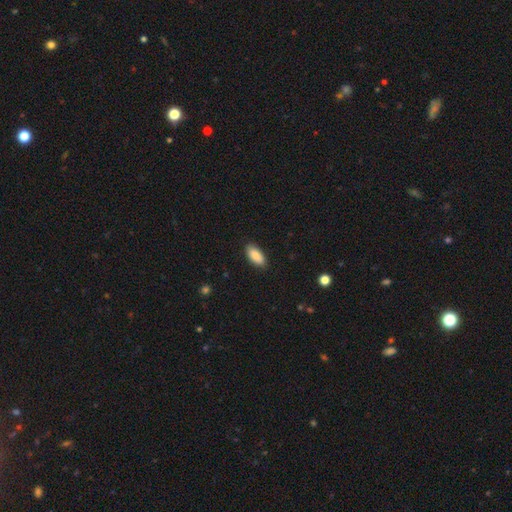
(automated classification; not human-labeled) Smooth or featured: smooth — 88% (star or artifact — 6%)
How rounded: in between — 89% (cigar-shaped — 9%)
Merging: none — 86% (minor disturbance — 10%)